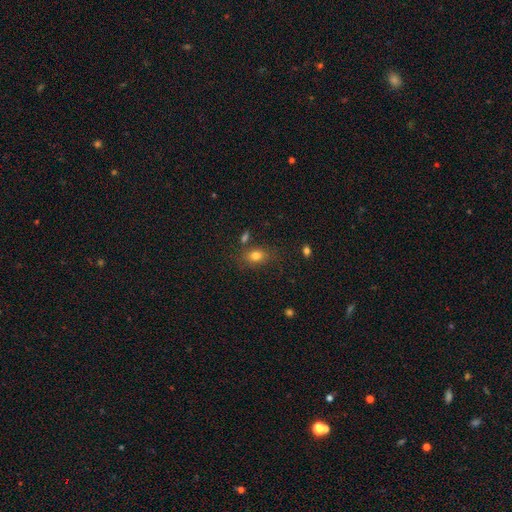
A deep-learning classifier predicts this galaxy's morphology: Smooth or featured? smooth (79%)
How rounded? in between (74%)
Merging? none (74%)